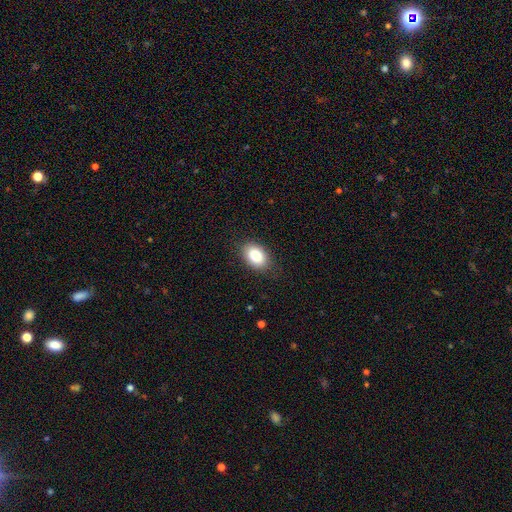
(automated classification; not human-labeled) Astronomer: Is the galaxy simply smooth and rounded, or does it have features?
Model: smooth — 86%.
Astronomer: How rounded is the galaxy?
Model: in between — 88%.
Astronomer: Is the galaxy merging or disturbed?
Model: none — 83%.